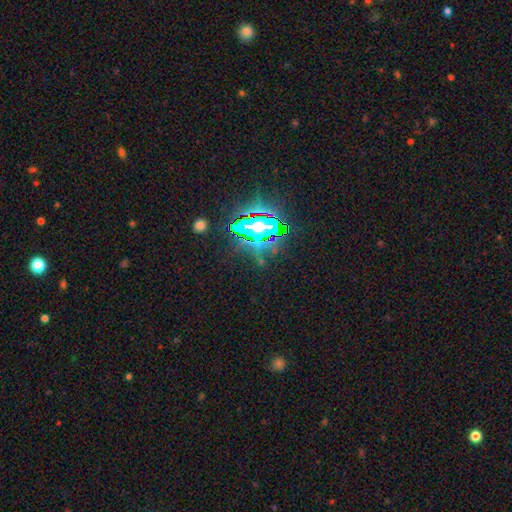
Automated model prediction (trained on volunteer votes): Morphology: type=star or artifact (83%).